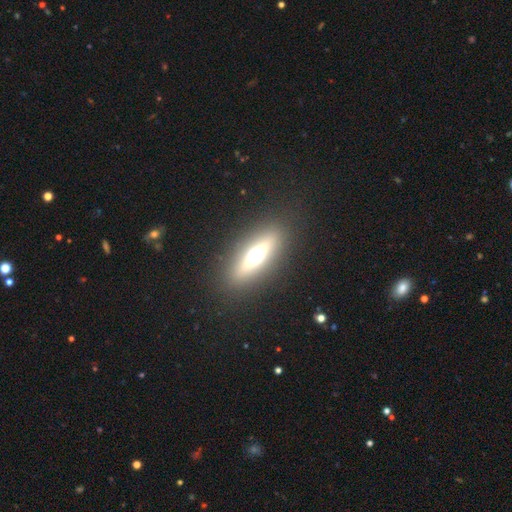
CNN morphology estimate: Smooth or featured? featured or disk (51%)
Edge-on disk? yes (83%)
Merging? none (87%)